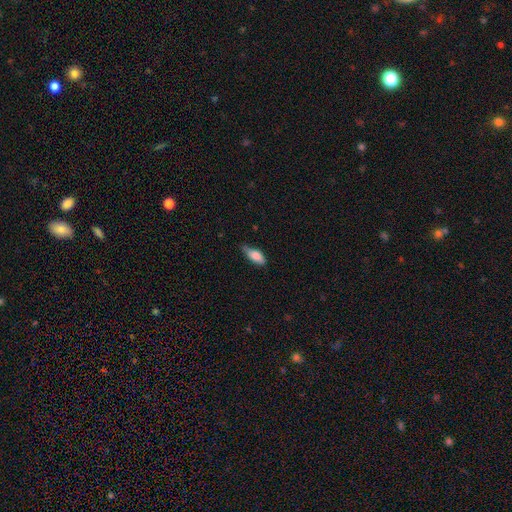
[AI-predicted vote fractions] This appears to be a smooth galaxy with no disk features (79%) that is in between round and cigar-shaped (77%). Merging: none (53%).